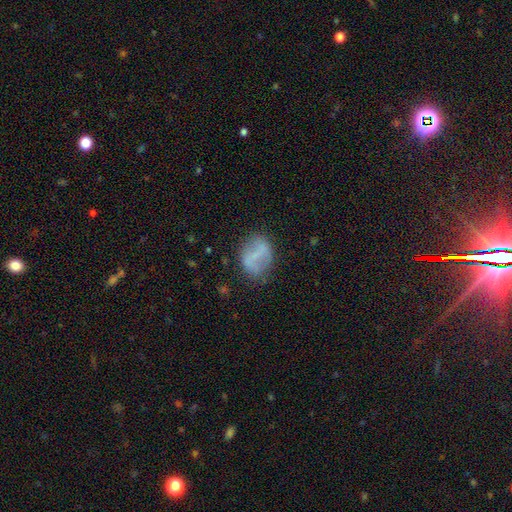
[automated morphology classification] Q: Smooth or featured?
A: featured or disk (48%); runner-up: smooth (44%)
Q: Merging?
A: none (73%); runner-up: minor disturbance (17%)